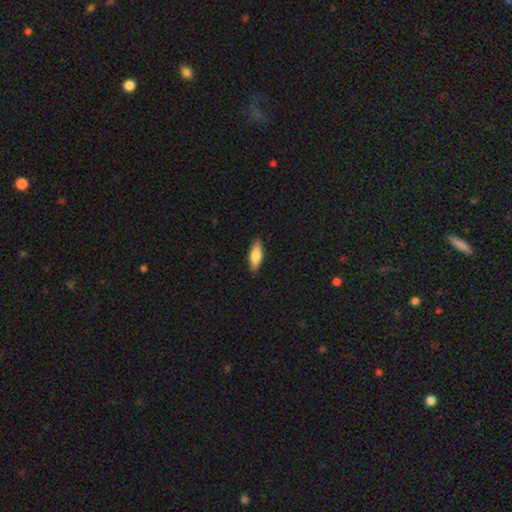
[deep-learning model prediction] Q: Smooth or featured?
A: smooth (74%); runner-up: featured or disk (20%)
Q: How rounded?
A: in between (65%); runner-up: cigar-shaped (33%)
Q: Merging?
A: none (88%); runner-up: minor disturbance (9%)